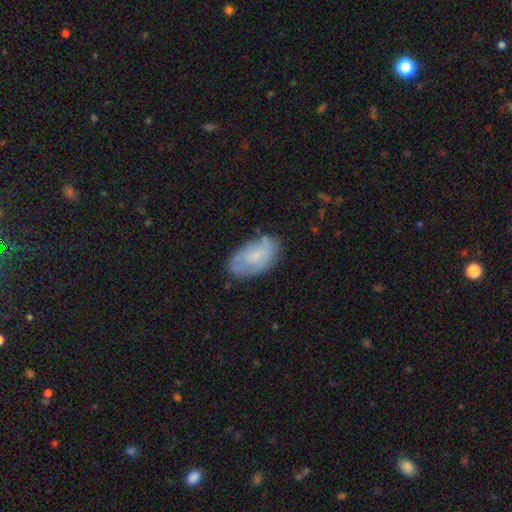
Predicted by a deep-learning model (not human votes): Overall: smooth (62%; featured or disk 31%). How rounded: in between (94%). Merging: none (67%).